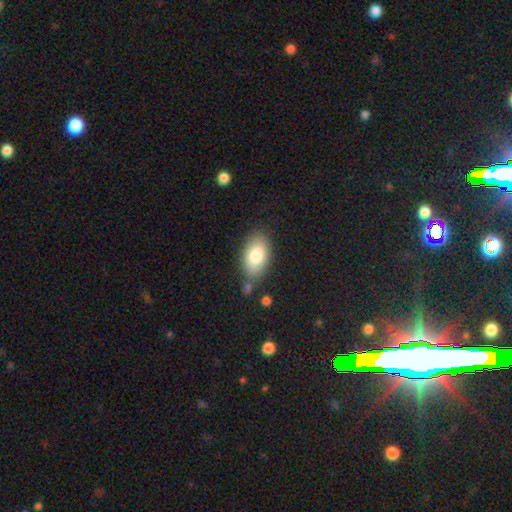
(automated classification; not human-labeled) Smooth or featured? Predicted: smooth (p=0.82). How rounded? Predicted: in between (p=0.93). Merging? Predicted: none (p=0.75).